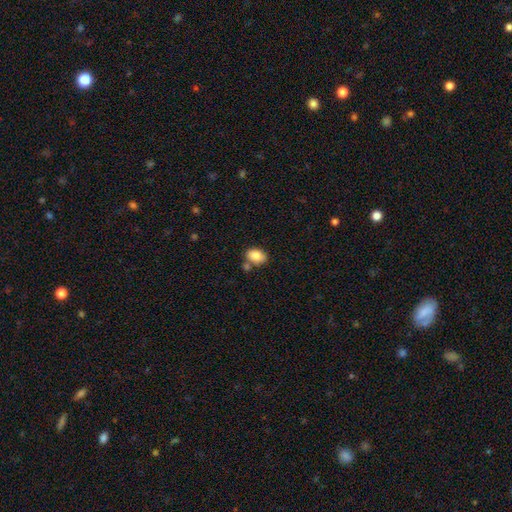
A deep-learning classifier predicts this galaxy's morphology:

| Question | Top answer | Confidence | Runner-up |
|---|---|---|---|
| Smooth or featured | smooth | 84% | featured or disk (9%) |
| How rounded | in between | 79% | round (20%) |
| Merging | none | 64% | merger (18%) |